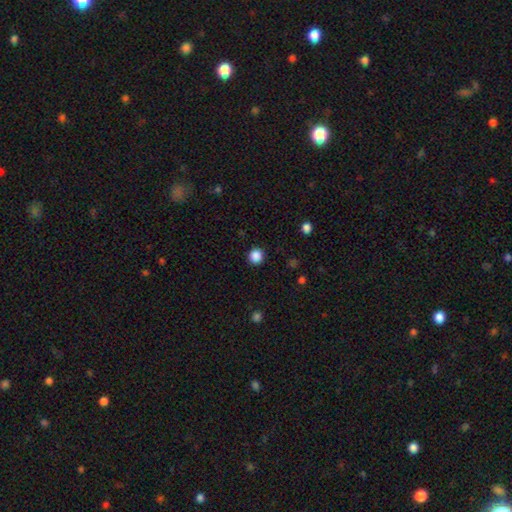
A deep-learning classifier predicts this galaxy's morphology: Smooth or featured: smooth — 87% (star or artifact — 10%)
How rounded: round — 94% (in between — 5%)
Merging: none — 92% (minor disturbance — 5%)